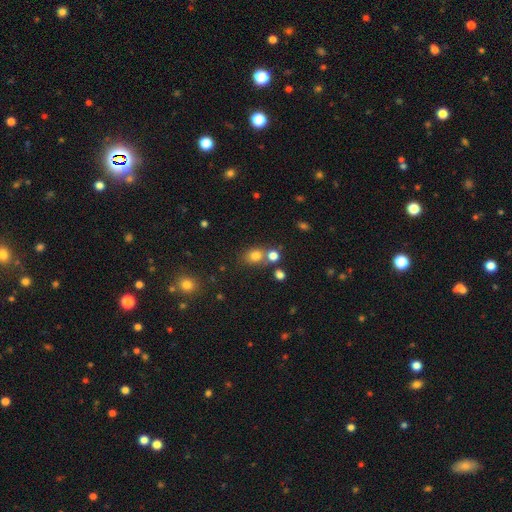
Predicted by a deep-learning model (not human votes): A smooth galaxy with no disk features (76%) that is round (61%). Merging: none (59%).